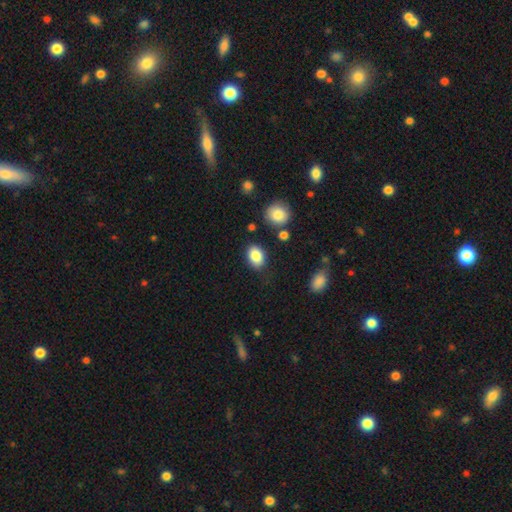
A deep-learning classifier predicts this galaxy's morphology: smooth_or_featured: smooth (p=0.86) [alt: star or artifact p=0.08]
how_rounded: in between (p=0.76) [alt: round p=0.23]
merging: none (p=0.82) [alt: minor disturbance p=0.11]